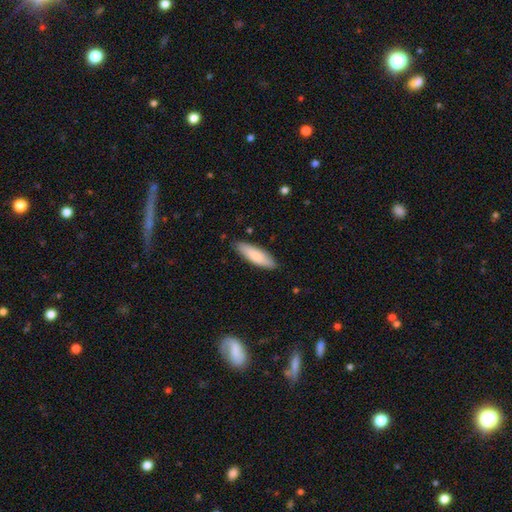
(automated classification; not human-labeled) This is clearly a smooth galaxy (83%). How rounded: possibly cigar-shaped (56%). Merging: clearly none (85%).